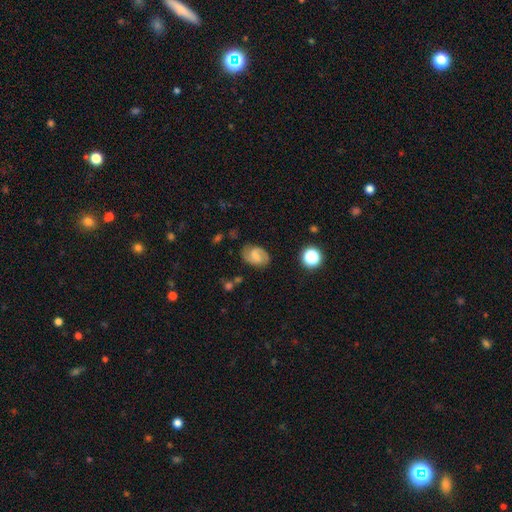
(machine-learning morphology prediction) Smooth or featured? featured or disk (62%)
Edge-on disk? no (97%)
Bar? weak (53%)
Spiral arms? yes (91%)
Spiral winding? medium (50%)
Spiral arm count? 2 (85%)
Bulge size? small (35%)
Merging? none (76%)